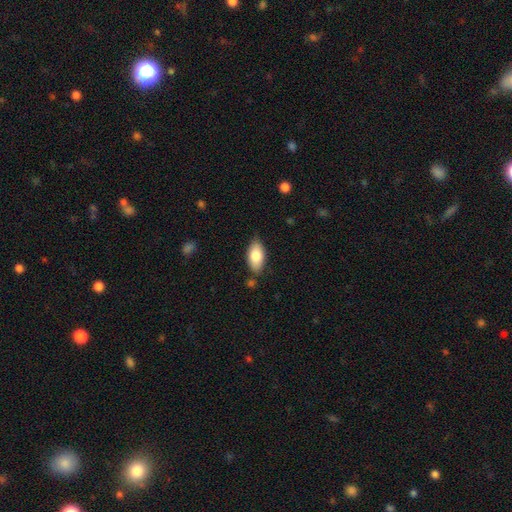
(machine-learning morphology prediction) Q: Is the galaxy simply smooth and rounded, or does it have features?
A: smooth — 81%.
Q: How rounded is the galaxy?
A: in between — 92%.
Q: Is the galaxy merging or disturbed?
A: none — 80%.